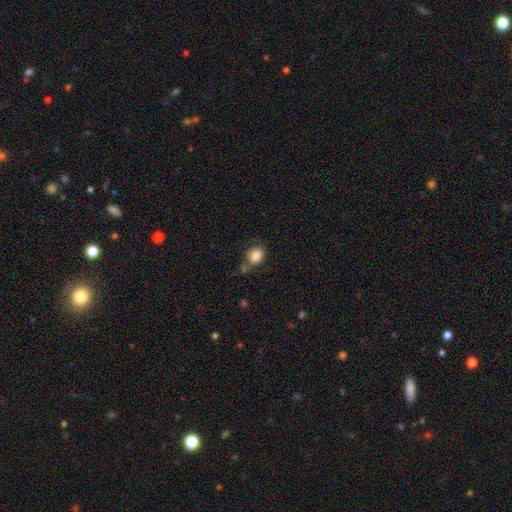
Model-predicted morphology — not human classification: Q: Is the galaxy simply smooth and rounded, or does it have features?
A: smooth — 83%.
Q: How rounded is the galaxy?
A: round — 52%.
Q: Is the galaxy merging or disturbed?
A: none — 58%.